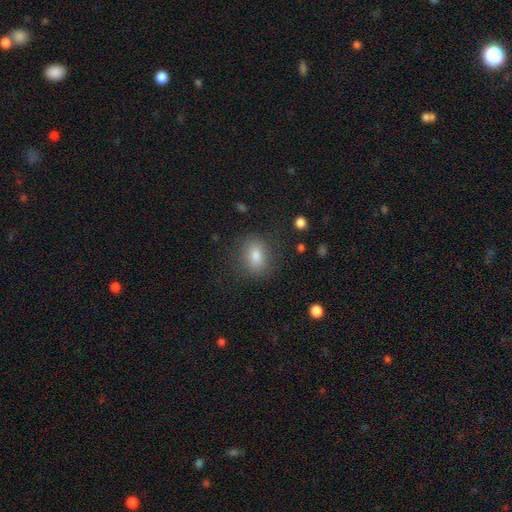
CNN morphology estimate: Overall: smooth (80%). How rounded: in between (66%; round 32%). Merging: none (82%).